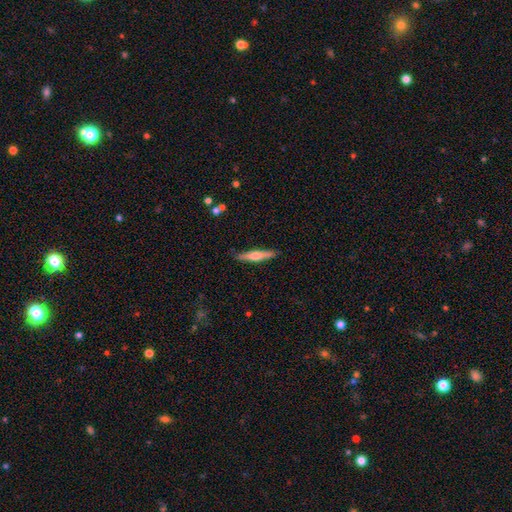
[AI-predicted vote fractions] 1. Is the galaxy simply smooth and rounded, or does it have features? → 47% featured or disk (tied), 47% smooth (tied), 6% star or artifact.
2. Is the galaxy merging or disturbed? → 89% none, 8% minor disturbance, 2% major disturbance, 1% merger.